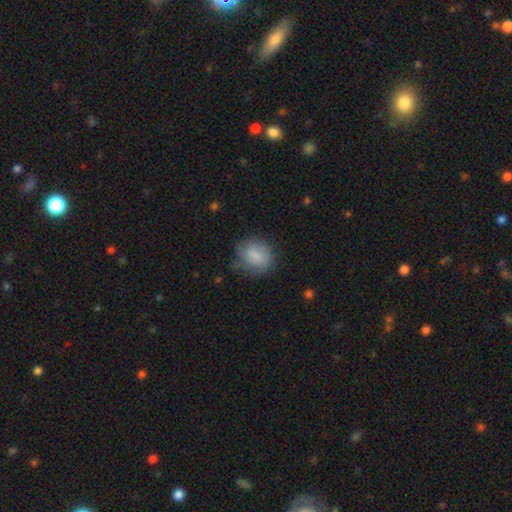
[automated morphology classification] The model was most divided on "how rounded": round: 61%, in between: 38%, cigar-shaped: 1%. More confident: smooth or featured — smooth (81%); merging — none (70%).